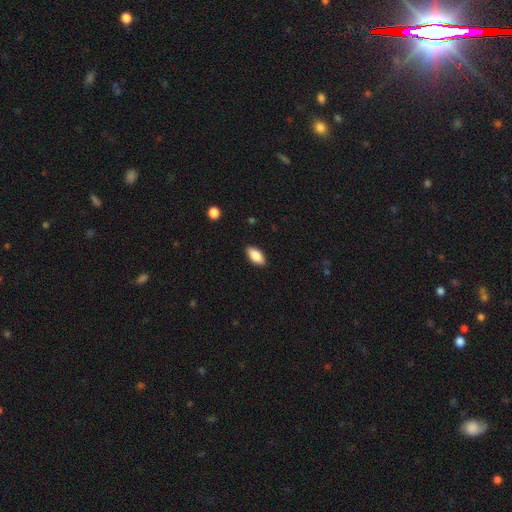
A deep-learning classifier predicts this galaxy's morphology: Smooth or featured? smooth (86%)
How rounded? in between (91%)
Merging? none (88%)